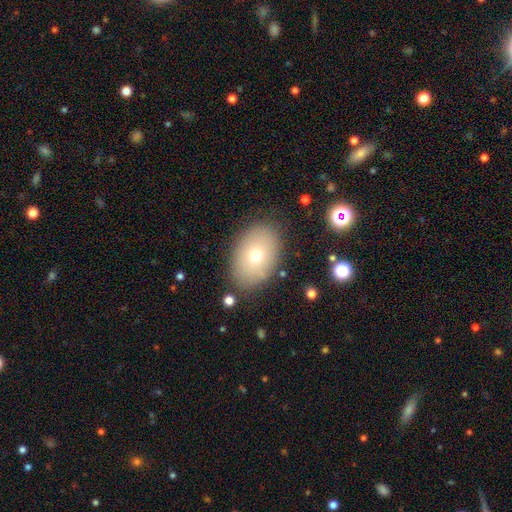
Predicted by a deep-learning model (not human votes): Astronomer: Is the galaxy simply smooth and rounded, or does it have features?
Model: smooth — 69%.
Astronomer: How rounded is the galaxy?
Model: in between — 80%.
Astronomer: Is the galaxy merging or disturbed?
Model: none — 83%.